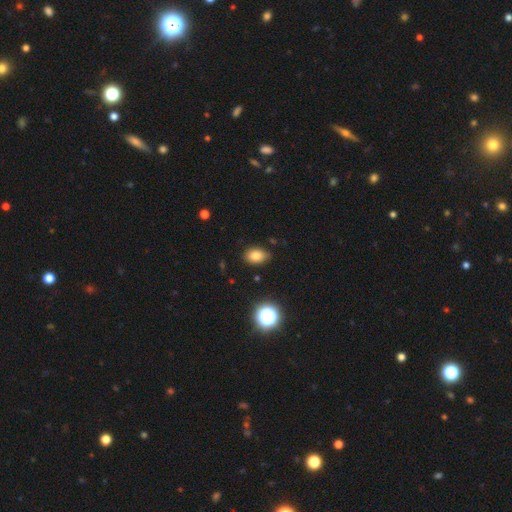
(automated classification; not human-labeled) This is clearly a smooth galaxy (82%). How rounded: likely in between (77%). Merging: likely none (79%).